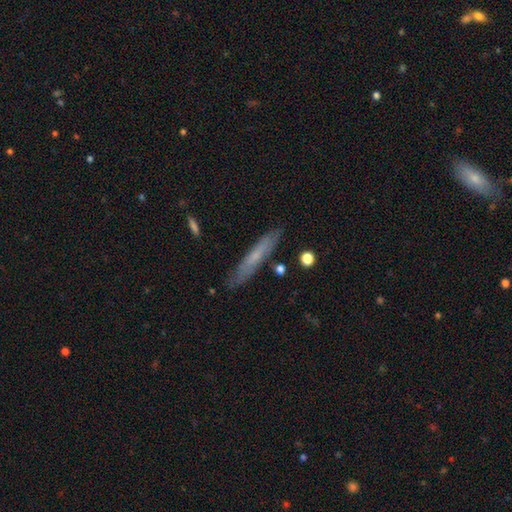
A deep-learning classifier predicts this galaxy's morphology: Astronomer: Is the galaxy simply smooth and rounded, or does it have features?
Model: smooth — 53% (runner-up: featured or disk, 40%).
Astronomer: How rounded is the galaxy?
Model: cigar-shaped — 92%.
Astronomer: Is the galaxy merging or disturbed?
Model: none — 83%.